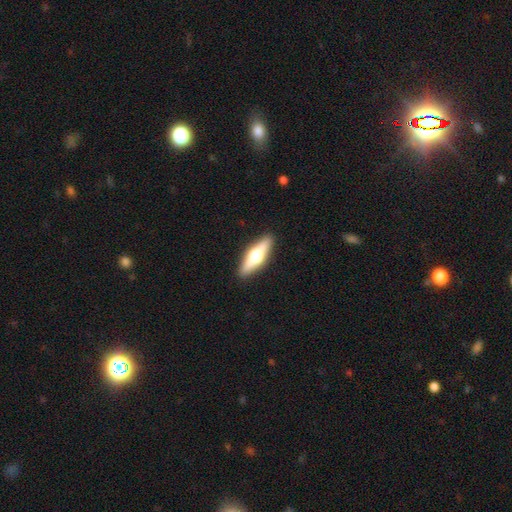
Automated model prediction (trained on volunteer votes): featured or disk 55%, smooth 39%, star or artifact 6%. Down the decision tree: edge-on disk — yes (94%); edge-on bulge — rounded (95%); merging — none (91%).